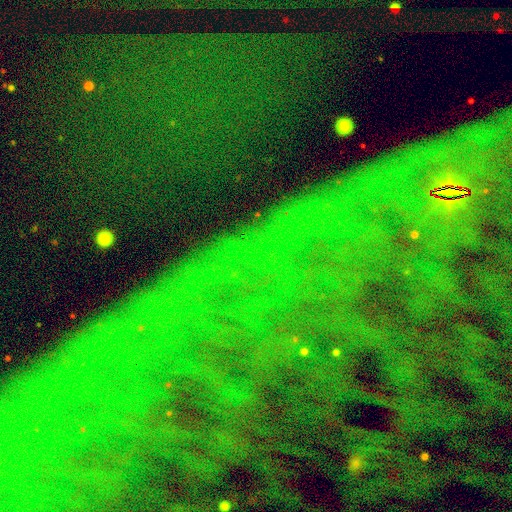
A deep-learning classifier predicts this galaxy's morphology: star or artifact 83%, featured or disk 9%, smooth 8%.